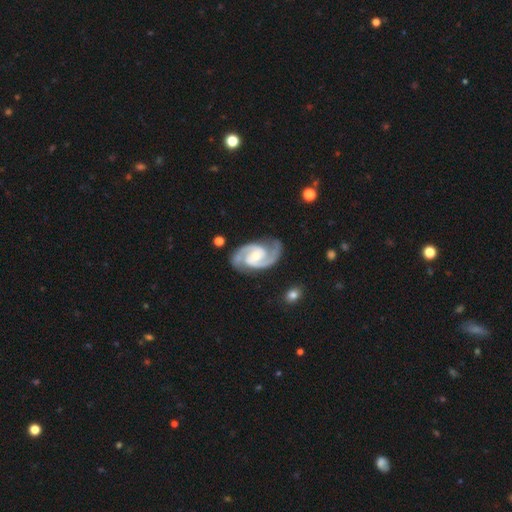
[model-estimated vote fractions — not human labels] Smooth or featured? featured or disk (94%)
Edge-on disk? no (98%)
Bar? weak (42%)
Spiral arms? yes (99%)
Spiral winding? medium (58%)
Spiral arm count? 2 (94%)
Bulge size? moderate (46%)
Merging? none (82%)